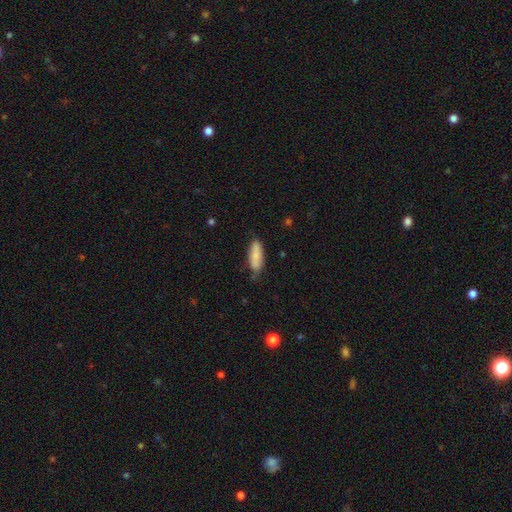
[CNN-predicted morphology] Smooth or featured? smooth (81%)
How rounded? in between (64%)
Merging? none (62%)